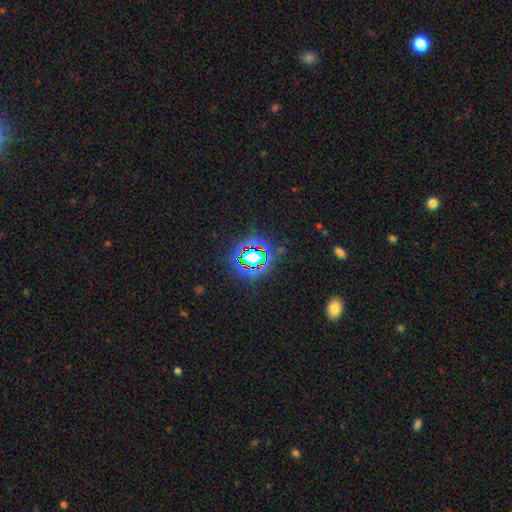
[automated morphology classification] A star or artifact, not a galaxy (76%).